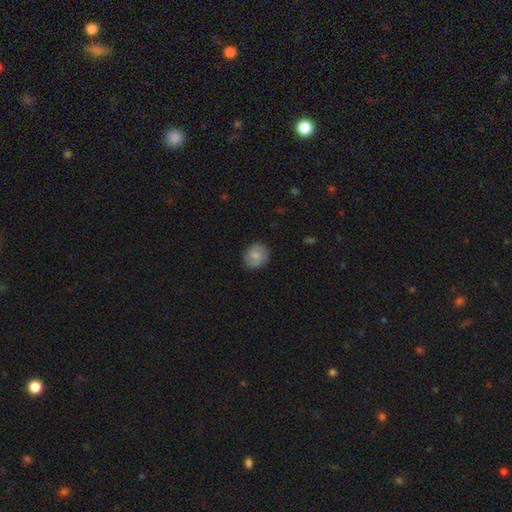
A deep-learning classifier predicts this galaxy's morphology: A smooth galaxy with no disk features (67%) that is round (85%).

Vote fractions:
- Smooth or featured? smooth: 67% / featured or disk: 26% / star or artifact: 7%
- How rounded? round: 85% / in between: 14% / cigar-shaped: 1%
- Merging? none: 84% / minor disturbance: 12% / major disturbance: 3% / merger: 1%